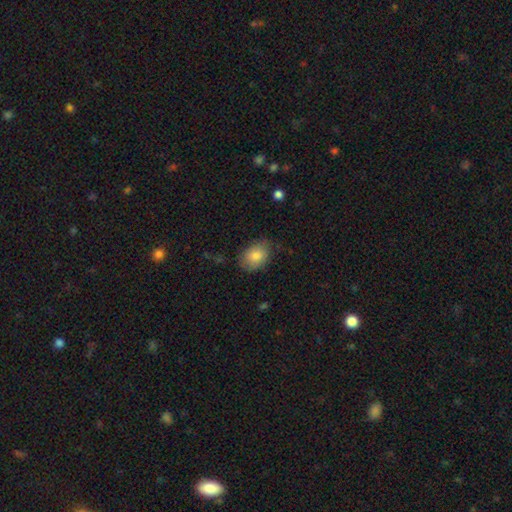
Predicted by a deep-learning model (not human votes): smooth_or_featured: smooth (p=0.82) [alt: featured or disk p=0.11]
how_rounded: in between (p=0.71) [alt: round p=0.28]
merging: none (p=0.73) [alt: minor disturbance p=0.21]